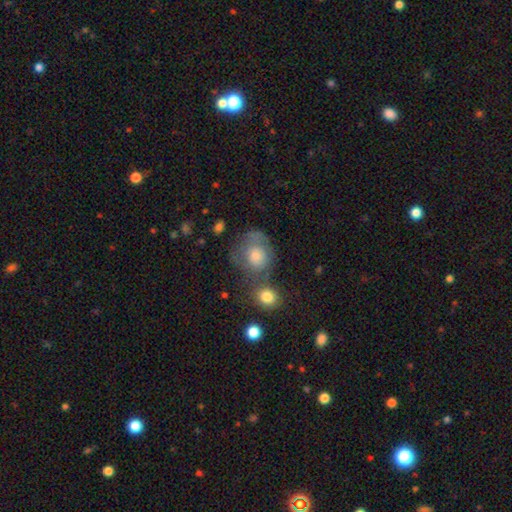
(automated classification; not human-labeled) Smooth or featured: smooth — 61% (featured or disk — 28%)
How rounded: round — 72% (in between — 27%)
Merging: none — 46% (minor disturbance — 24%)